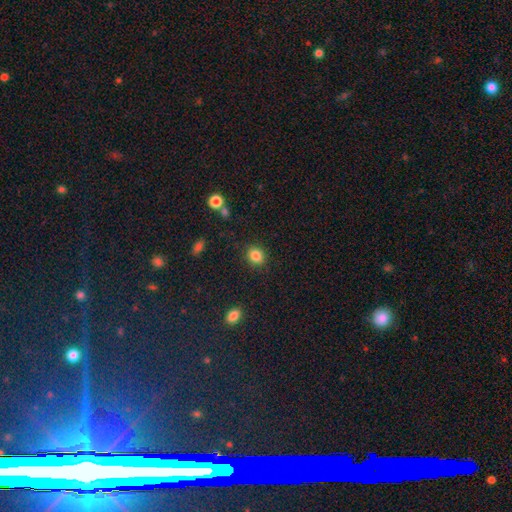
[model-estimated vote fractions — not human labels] This is clearly a smooth galaxy (85%). How rounded: likely round (62%). Merging: clearly none (87%).